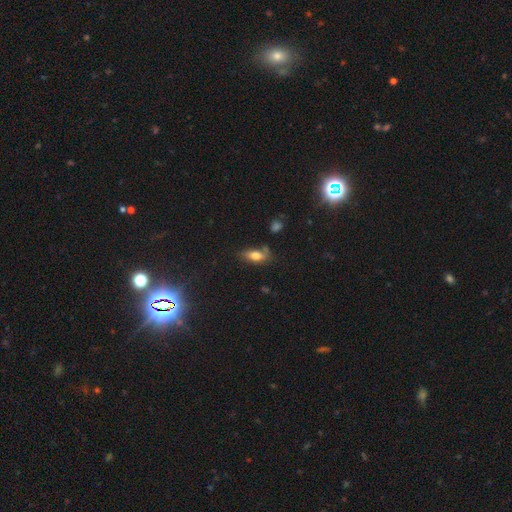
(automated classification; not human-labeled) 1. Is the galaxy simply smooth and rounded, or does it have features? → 74% smooth, 16% featured or disk, 10% star or artifact.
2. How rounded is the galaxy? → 83% in between, 12% cigar-shaped, 5% round.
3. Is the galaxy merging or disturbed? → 61% none, 25% minor disturbance, 8% major disturbance, 6% merger.